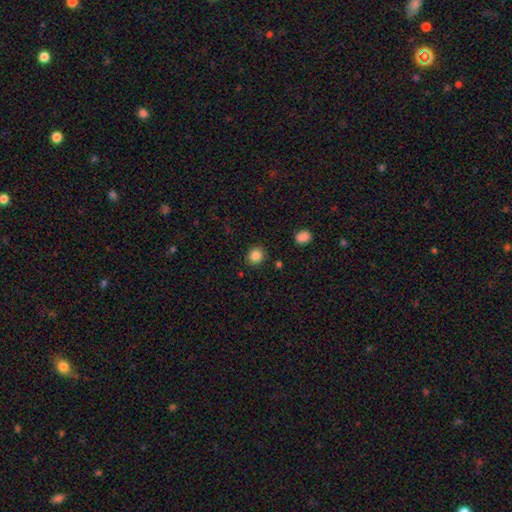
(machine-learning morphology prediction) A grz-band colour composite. It shows a smooth galaxy with no disk features (85%) that is round (85%). Merging: none (89%).